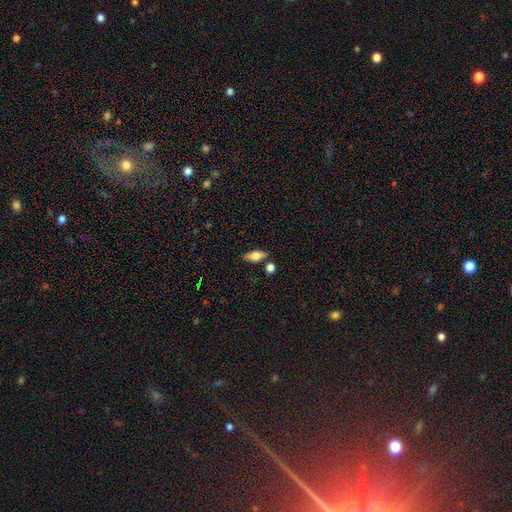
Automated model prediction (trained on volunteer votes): Smooth or featured?
  - smooth: 62% *
  - featured or disk: 31%
  - star or artifact: 7%
How rounded?
  - in between: 70% *
  - cigar-shaped: 26%
  - round: 4%
Merging?
  - none: 81% *
  - minor disturbance: 10%
  - merger: 7%
  - major disturbance: 2%